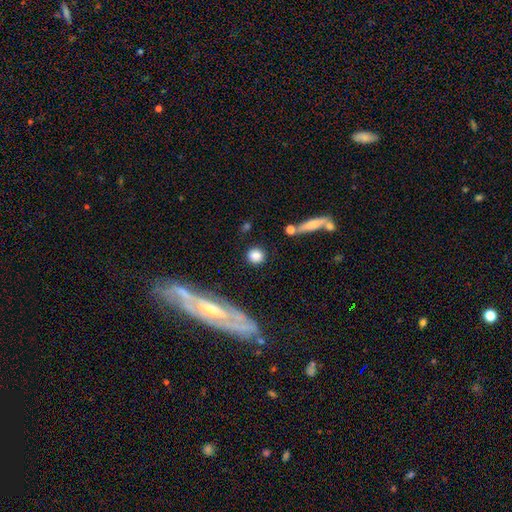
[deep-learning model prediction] Smooth or featured?
  - smooth: 82% *
  - featured or disk: 10%
  - star or artifact: 8%
How rounded?
  - round: 87% *
  - in between: 10%
  - cigar-shaped: 3%
Merging?
  - none: 82% *
  - minor disturbance: 9%
  - merger: 6%
  - major disturbance: 4%